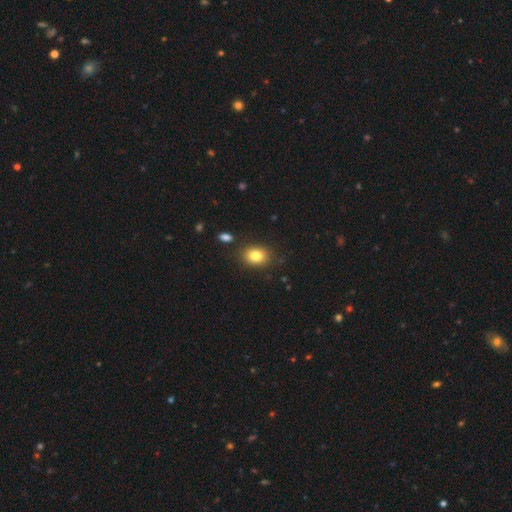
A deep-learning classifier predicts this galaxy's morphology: Smooth or featured? smooth (82%)
How rounded? in between (60%)
Merging? none (84%)